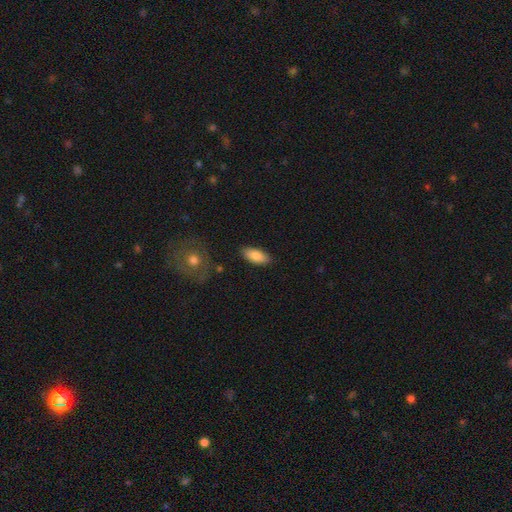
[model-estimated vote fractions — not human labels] Smooth or featured: smooth — 85% (featured or disk — 8%)
How rounded: in between — 88% (cigar-shaped — 10%)
Merging: none — 86% (minor disturbance — 10%)